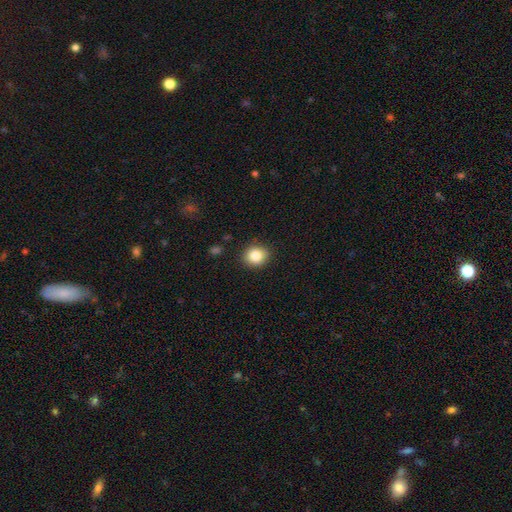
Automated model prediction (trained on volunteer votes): smooth_or_featured: smooth (p=0.84) [alt: star or artifact p=0.09]
how_rounded: round (p=0.75) [alt: in between p=0.25]
merging: none (p=0.89) [alt: minor disturbance p=0.08]